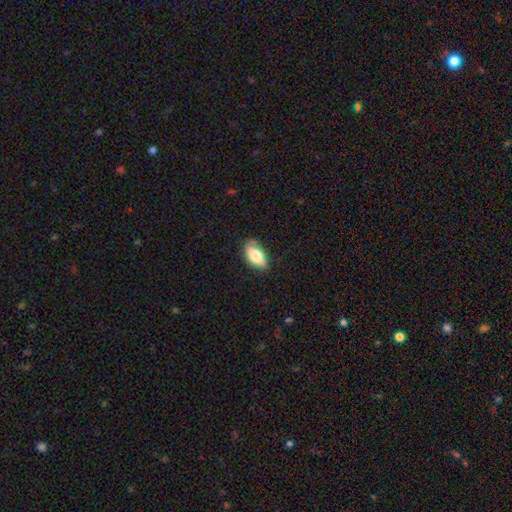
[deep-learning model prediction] smooth-or-featured: smooth: 72% | featured or disk: 21% | star or artifact: 7%
  how-rounded: in between: 88% | cigar-shaped: 9% | round: 4%
  merging: none: 70% | minor disturbance: 24% | major disturbance: 5% | merger: 2%